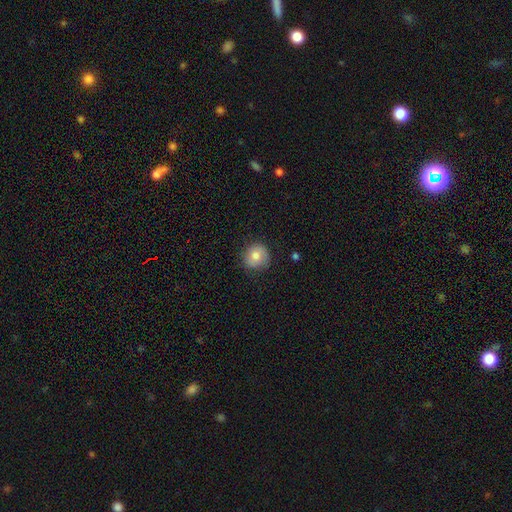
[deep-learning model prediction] Smooth or featured: smooth — 78% (featured or disk — 13%)
How rounded: round — 89% (in between — 10%)
Merging: none — 81% (minor disturbance — 14%)